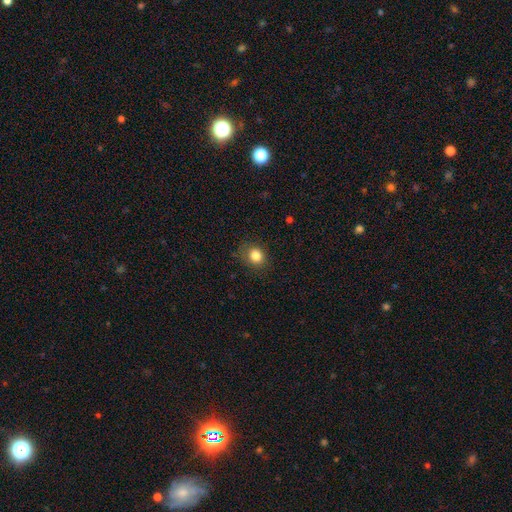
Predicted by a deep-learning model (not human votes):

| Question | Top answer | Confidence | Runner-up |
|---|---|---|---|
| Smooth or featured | smooth | 83% | star or artifact (11%) |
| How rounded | round | 69% | in between (30%) |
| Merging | none | 80% | minor disturbance (14%) |